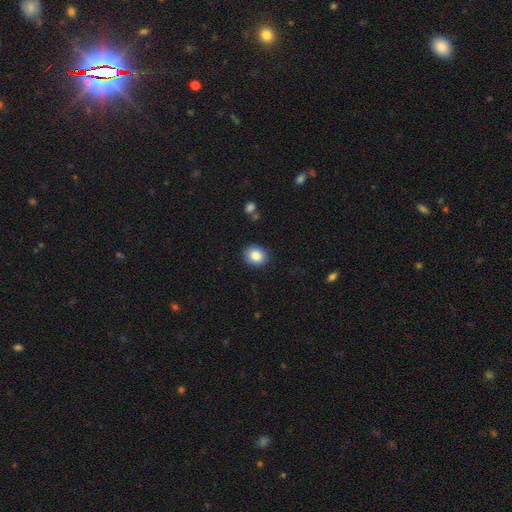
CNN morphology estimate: smooth 86%, star or artifact 8%, featured or disk 6%. Down the decision tree: how rounded — round (58%); merging — none (87%).